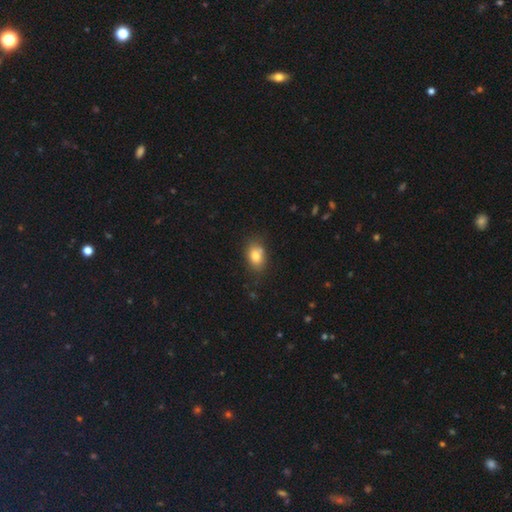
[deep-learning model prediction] Morphology: type=smooth (80%); roundness=in between (78%); merging=none (71%).